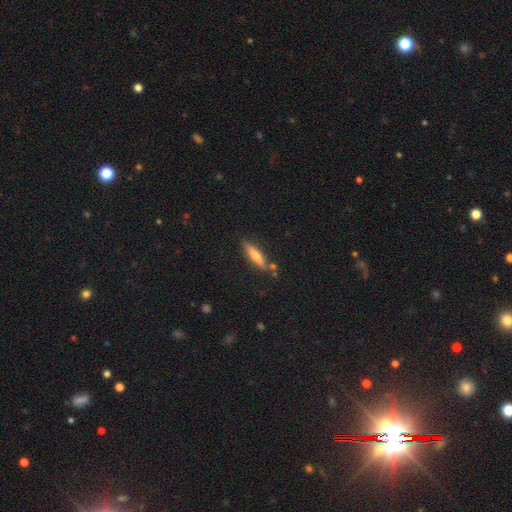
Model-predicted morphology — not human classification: Smooth or featured? Predicted: smooth (p=0.55). How rounded? Predicted: cigar-shaped (p=0.81). Merging? Predicted: none (p=0.82).